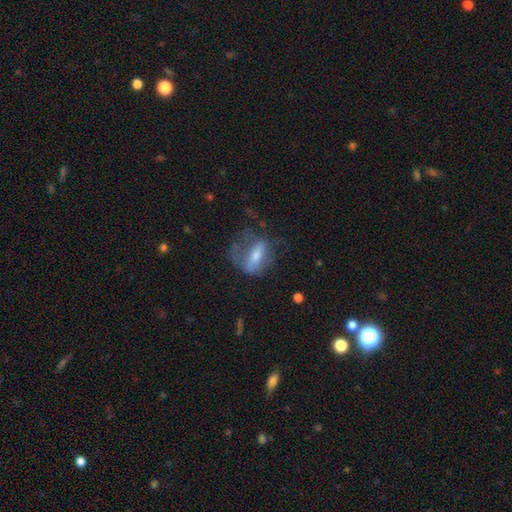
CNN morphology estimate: A featured or disk galaxy (48%). Merging: major disturbance (40%).